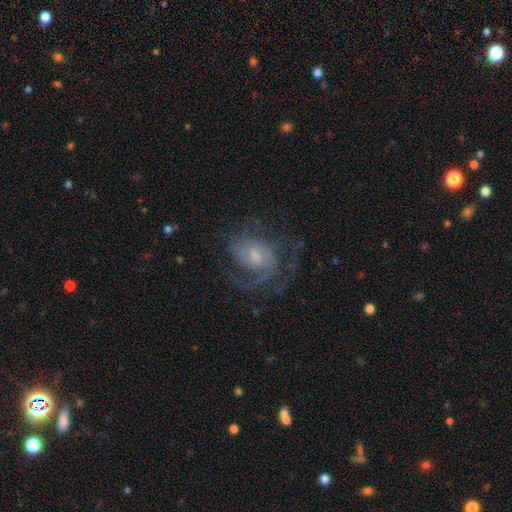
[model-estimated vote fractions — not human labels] This is clearly a featured or disk galaxy (81%). It is clearly not viewed edge-on (97%). Bar: possibly no (47%). Spiral arm pattern: clearly yes (92%). Spiral arm count: marginally 2 (37%). Spiral winding: possibly medium (45%). Central bulge: possibly small (47%). Merging: possibly none (59%).